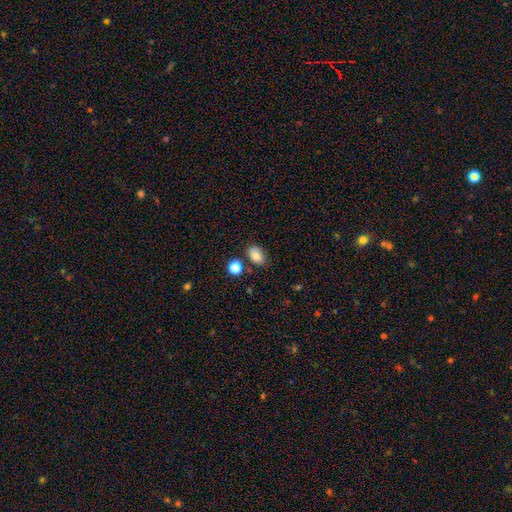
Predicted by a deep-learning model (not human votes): Q: Smooth or featured?
A: smooth (79%); runner-up: featured or disk (10%)
Q: How rounded?
A: in between (83%); runner-up: round (16%)
Q: Merging?
A: none (76%); runner-up: minor disturbance (13%)